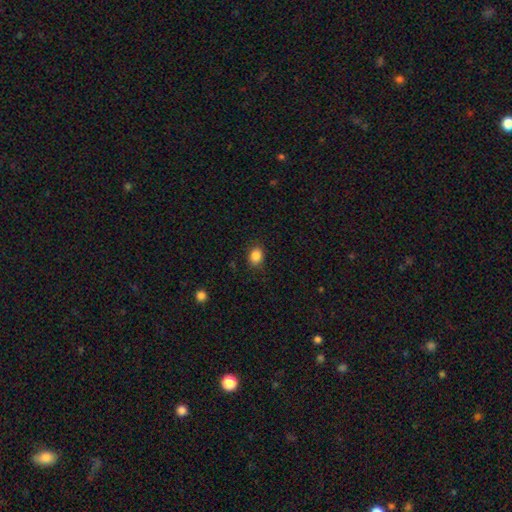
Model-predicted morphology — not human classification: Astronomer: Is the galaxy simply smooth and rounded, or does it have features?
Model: smooth — 86%.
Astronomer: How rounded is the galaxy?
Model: in between — 53% (runner-up: round, 46%).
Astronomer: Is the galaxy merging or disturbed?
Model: none — 85%.